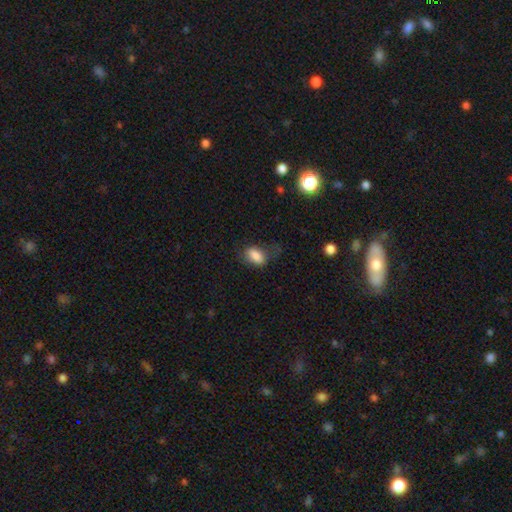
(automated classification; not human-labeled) This appears to be a smooth galaxy with no disk features (84%) that is in between round and cigar-shaped (88%). Merging: none (58%).